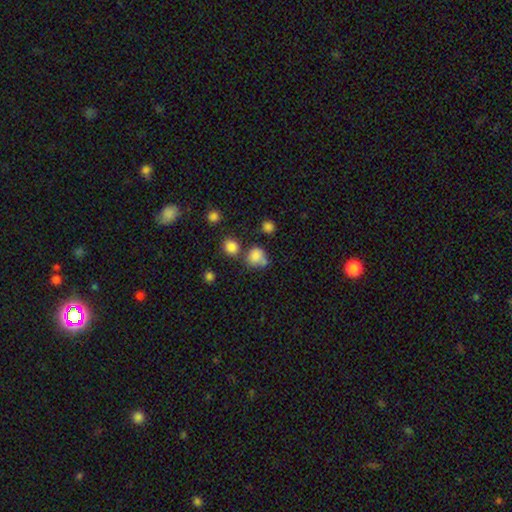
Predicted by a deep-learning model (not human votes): Overall: smooth (79%). How rounded: round (76%). Merging: none (55%; merger 22%).